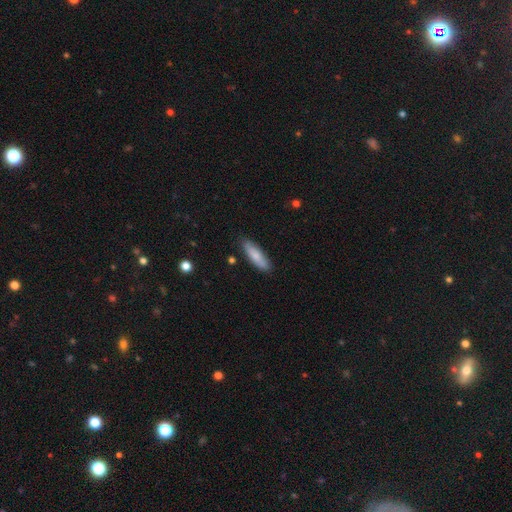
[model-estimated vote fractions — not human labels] A smooth galaxy with no disk features (78%) that is cigar-shaped (59%). Merging: none (84%).